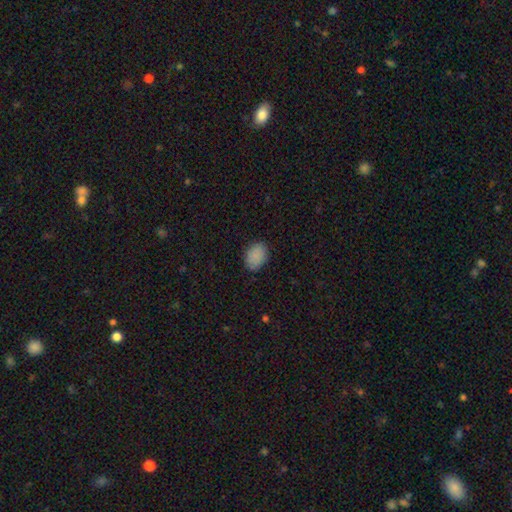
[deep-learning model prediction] Smooth or featured: smooth — 88% (star or artifact — 8%)
How rounded: in between — 77% (round — 22%)
Merging: none — 84% (minor disturbance — 13%)